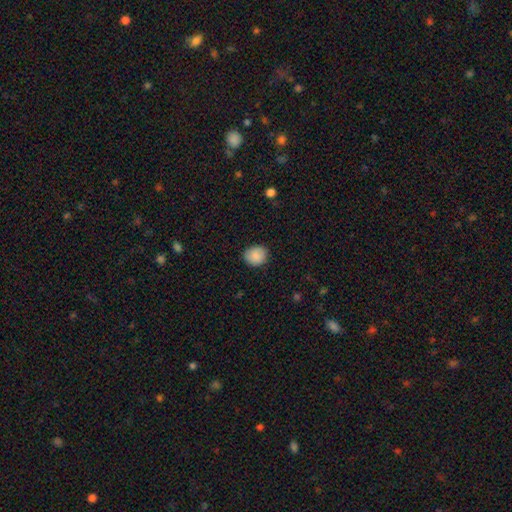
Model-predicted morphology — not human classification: smooth_or_featured: smooth (p=0.88) [alt: star or artifact p=0.08]
how_rounded: round (p=0.70) [alt: in between p=0.29]
merging: none (p=0.88) [alt: minor disturbance p=0.09]